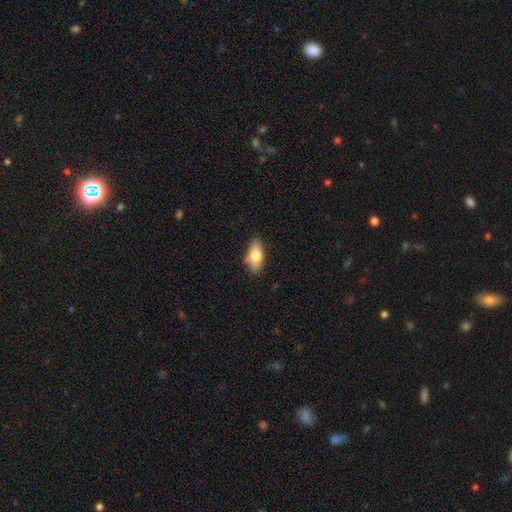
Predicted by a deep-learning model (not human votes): This appears to be a smooth galaxy with no disk features (75%) that is in between round and cigar-shaped (85%). Merging: none (77%).